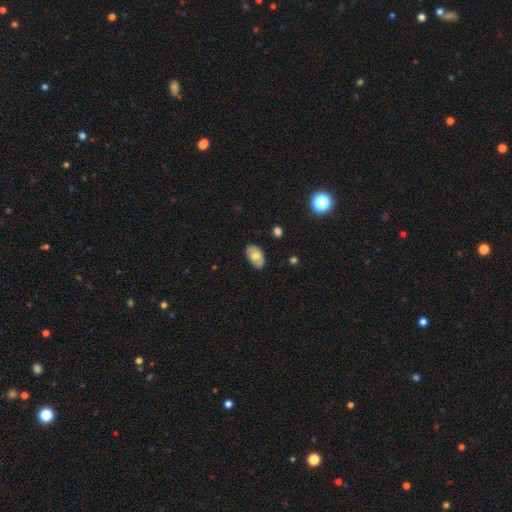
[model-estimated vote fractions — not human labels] Overall: smooth (60%; featured or disk 33%). How rounded: in between (91%). Merging: none (78%).